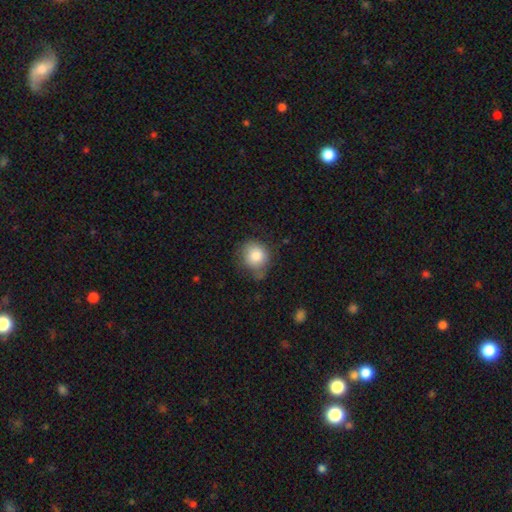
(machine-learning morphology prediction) type=smooth (83%); roundness=round (83%); merging=none (63%).